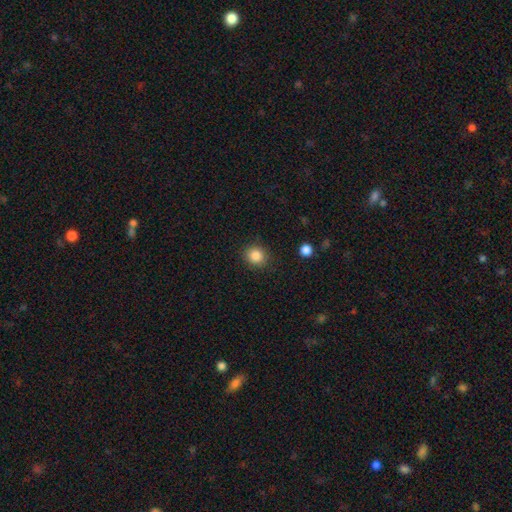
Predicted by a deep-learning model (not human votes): A smooth galaxy with no disk features (85%) that is round (82%).

Vote fractions:
- Smooth or featured? smooth: 85% / star or artifact: 10% / featured or disk: 4%
- How rounded? round: 82% / in between: 17% / cigar-shaped: 1%
- Merging? none: 88% / minor disturbance: 8% / major disturbance: 3% / merger: 1%